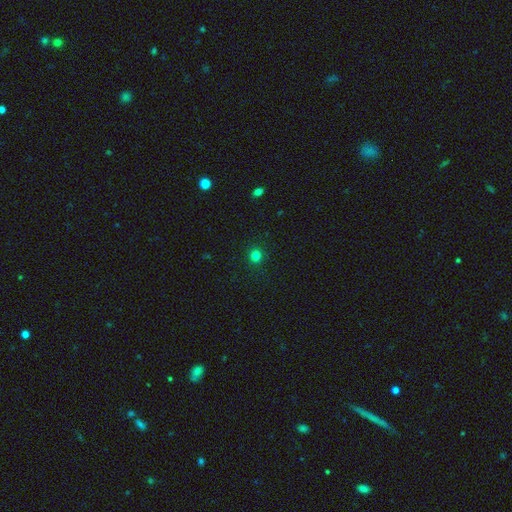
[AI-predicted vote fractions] Overall: smooth (80%). How rounded: round (89%). Merging: none (91%).